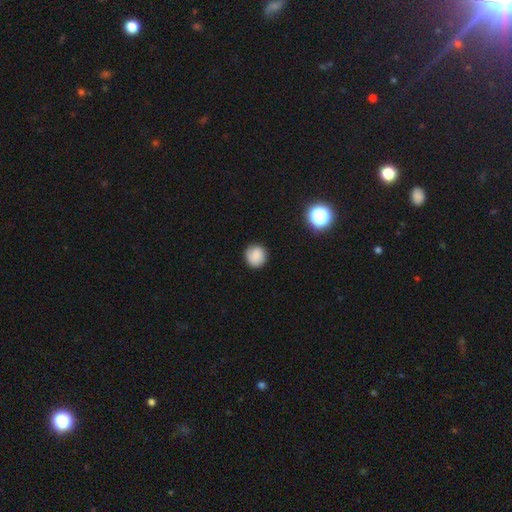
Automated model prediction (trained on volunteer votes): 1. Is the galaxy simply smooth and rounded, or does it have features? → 85% smooth, 10% star or artifact, 5% featured or disk.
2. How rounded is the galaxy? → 93% round, 6% in between, 1% cigar-shaped.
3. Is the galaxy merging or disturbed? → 88% none, 9% minor disturbance, 2% major disturbance, 1% merger.